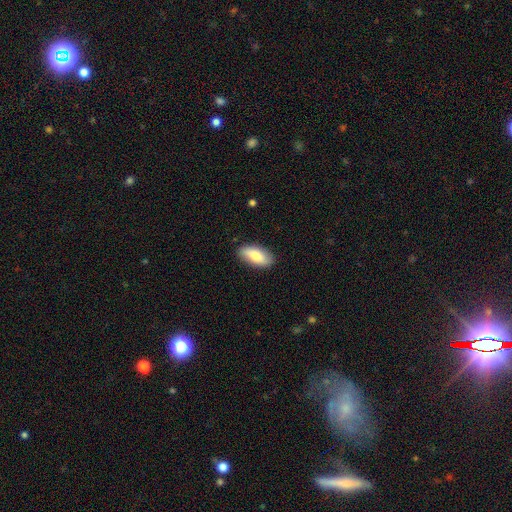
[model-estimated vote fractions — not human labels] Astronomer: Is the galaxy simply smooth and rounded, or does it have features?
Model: smooth — 78%.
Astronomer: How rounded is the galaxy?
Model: in between — 88%.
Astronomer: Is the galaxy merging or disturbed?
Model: none — 86%.